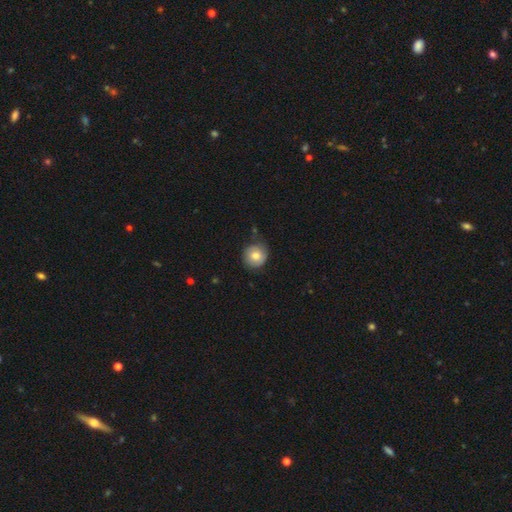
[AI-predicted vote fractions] The model was most divided on "smooth or featured": smooth: 71%, featured or disk: 21%, star or artifact: 8%. More confident: how rounded — round (89%); merging — none (72%).